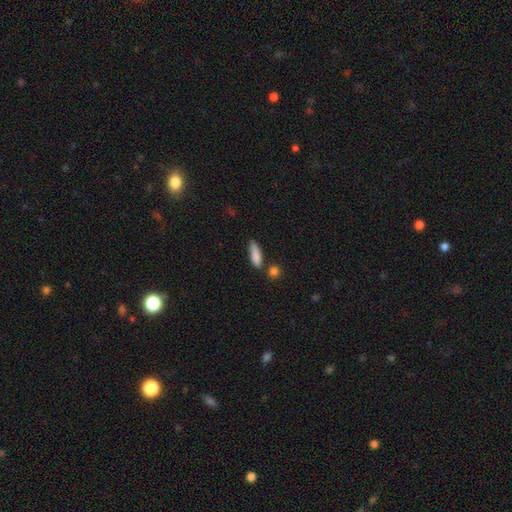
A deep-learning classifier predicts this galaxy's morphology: A smooth galaxy with no disk features (86%) that is cigar-shaped (53%).

Vote fractions:
- Smooth or featured? smooth: 86% / star or artifact: 7% / featured or disk: 7%
- How rounded? cigar-shaped: 53% / in between: 45% / round: 3%
- Merging? none: 66% / minor disturbance: 20% / merger: 9% / major disturbance: 5%